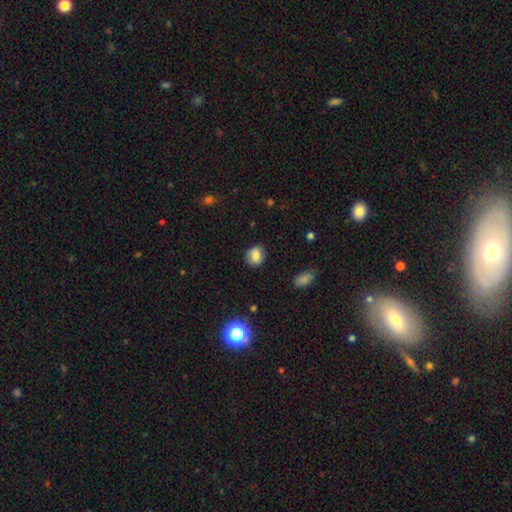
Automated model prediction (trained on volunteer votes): Overall: smooth (81%). How rounded: round (64%; in between 35%). Merging: none (84%).